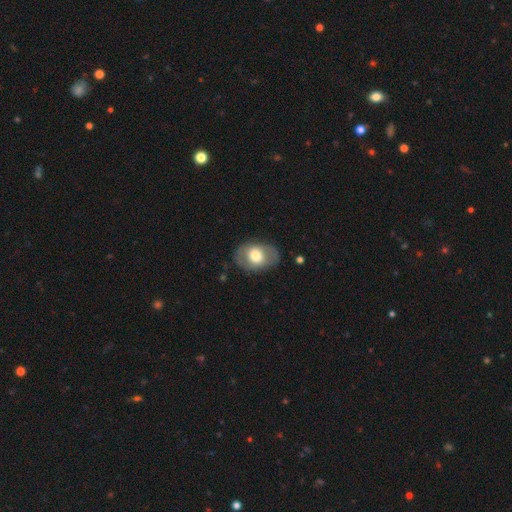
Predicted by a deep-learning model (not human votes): Overall: smooth (58%; featured or disk 36%). How rounded: in between (80%). Merging: none (78%).